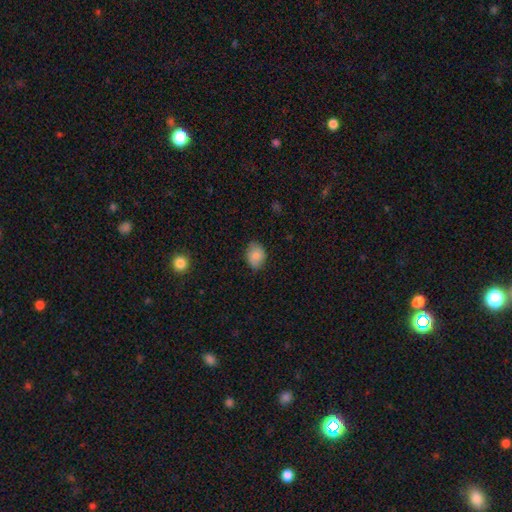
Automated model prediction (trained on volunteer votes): A smooth galaxy with no disk features (83%) that is in between round and cigar-shaped (61%). Merging: none (77%).